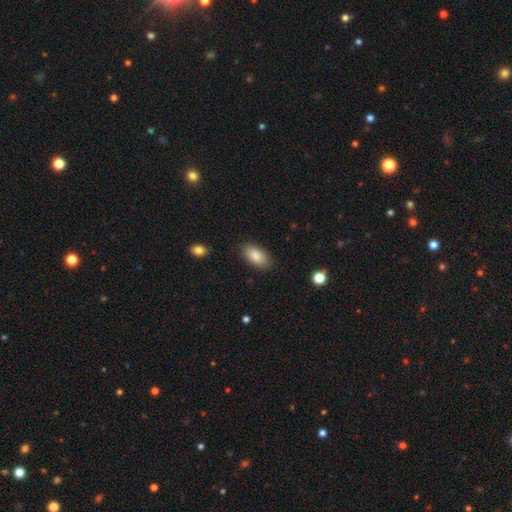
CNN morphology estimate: Smooth or featured? Predicted: smooth (p=0.86). How rounded? Predicted: in between (p=0.93). Merging? Predicted: none (p=0.86).